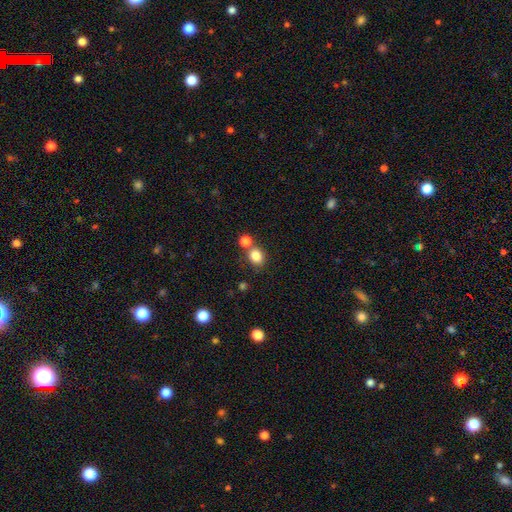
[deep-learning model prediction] smooth 83%, star or artifact 11%, featured or disk 6%. Down the decision tree: how rounded — round (63%); merging — none (61%).